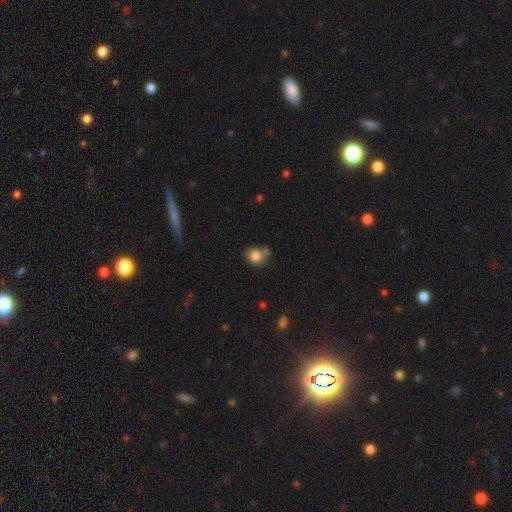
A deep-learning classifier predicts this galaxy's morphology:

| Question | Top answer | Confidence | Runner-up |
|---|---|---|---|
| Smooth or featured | smooth | 83% | star or artifact (10%) |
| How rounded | round | 75% | in between (24%) |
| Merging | none | 52% | merger (21%) |